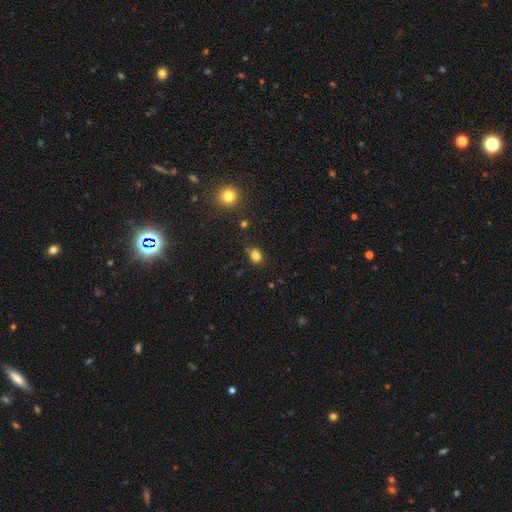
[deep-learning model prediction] Morphology: type=smooth (80%); roundness=round (51%); merging=none (72%).